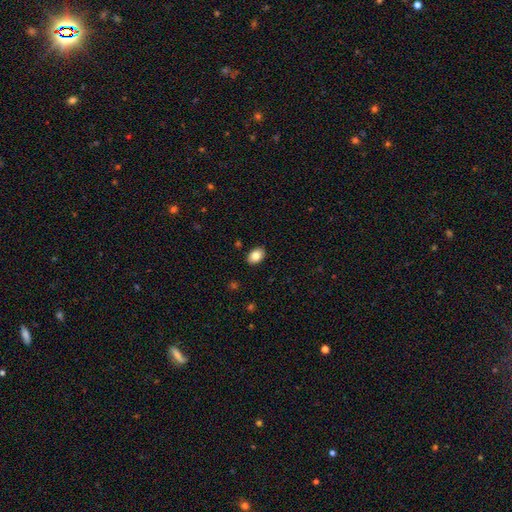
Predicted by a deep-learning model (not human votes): Q: Smooth or featured?
A: smooth (83%); runner-up: featured or disk (9%)
Q: How rounded?
A: in between (83%); runner-up: round (16%)
Q: Merging?
A: none (89%); runner-up: minor disturbance (8%)